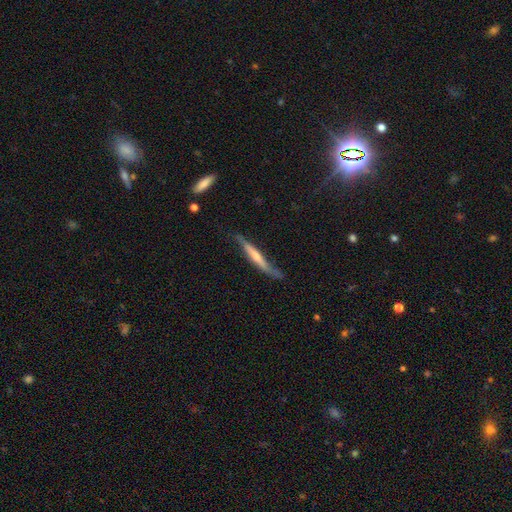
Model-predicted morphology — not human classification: A featured or disk galaxy (63%) viewed edge-on (88%) with a rounded central bulge (63%). Merging: none (69%).